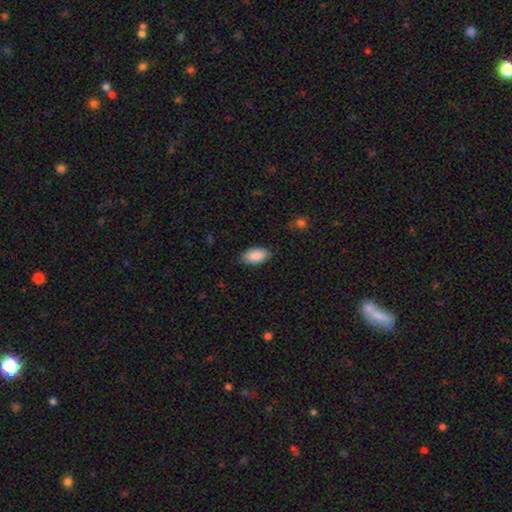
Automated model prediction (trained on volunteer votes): smooth_or_featured: smooth (p=0.90) [alt: star or artifact p=0.06]
how_rounded: in between (p=0.95) [alt: round p=0.03]
merging: none (p=0.84) [alt: minor disturbance p=0.12]